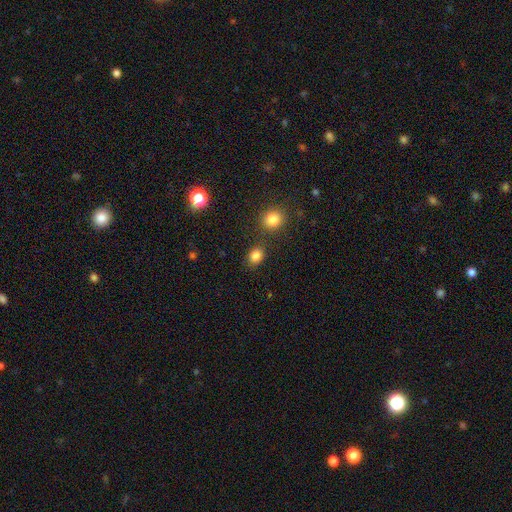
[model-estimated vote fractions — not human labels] Morphology: type=smooth (84%); roundness=round (50%); merging=none (79%).